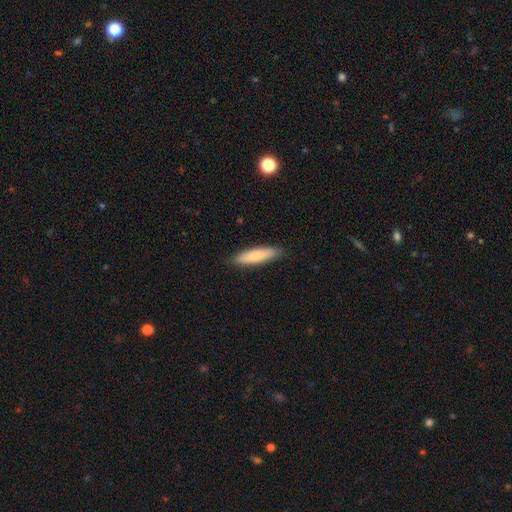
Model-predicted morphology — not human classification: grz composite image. It shows a smooth galaxy with no disk features (78%) that is cigar-shaped (66%). Merging: none (88%).